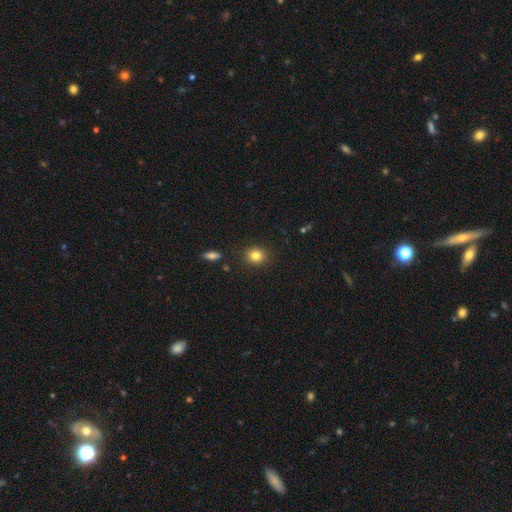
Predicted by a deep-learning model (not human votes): smooth_or_featured: smooth (p=0.82) [alt: star or artifact p=0.11]
how_rounded: round (p=0.80) [alt: in between p=0.19]
merging: none (p=0.89) [alt: minor disturbance p=0.07]